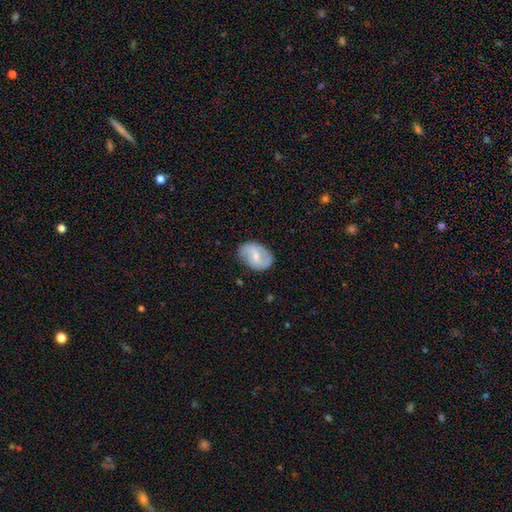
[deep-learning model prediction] Q: Smooth or featured?
A: featured or disk (57%); runner-up: smooth (37%)
Q: Edge-on disk?
A: no (97%); runner-up: yes (3%)
Q: Bar?
A: weak (55%); runner-up: no (25%)
Q: Spiral arms?
A: yes (81%); runner-up: no (19%)
Q: Bulge size?
A: small (53%); runner-up: moderate (40%)
Q: Merging?
A: none (73%); runner-up: minor disturbance (21%)